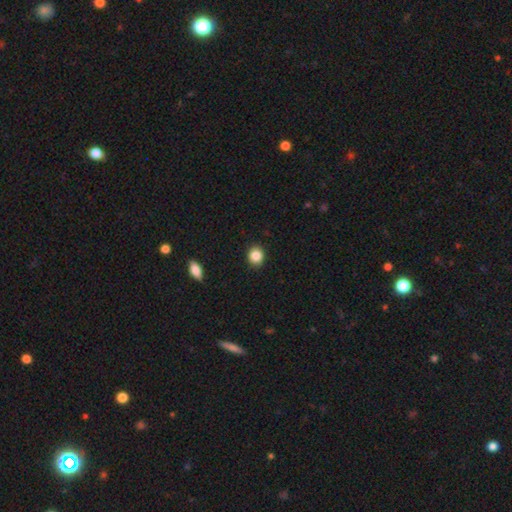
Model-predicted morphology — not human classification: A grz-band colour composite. It shows a smooth galaxy with no disk features (86%) that is round (75%). Merging: none (91%).